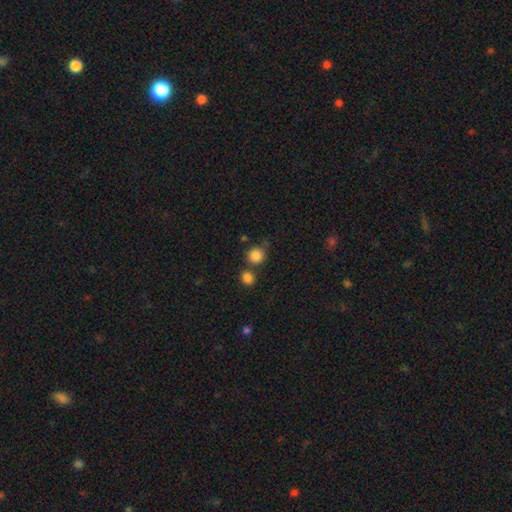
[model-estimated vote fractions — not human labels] smooth-or-featured: smooth: 85% | star or artifact: 11% | featured or disk: 5%
  how-rounded: round: 90% | in between: 9% | cigar-shaped: 1%
  merging: none: 66% | merger: 18% | minor disturbance: 11% | major disturbance: 4%